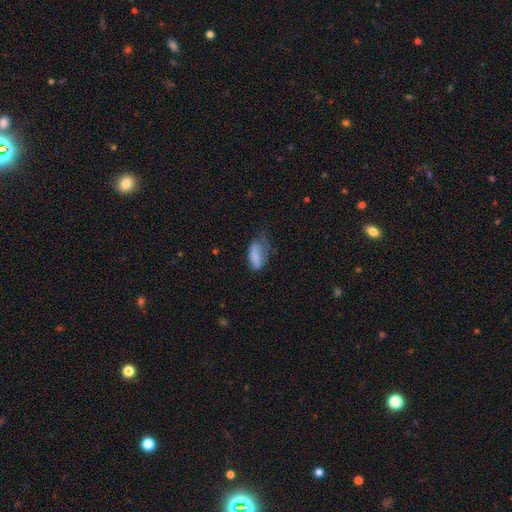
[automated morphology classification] This is likely a smooth galaxy (77%). How rounded: clearly in between (91%). Merging: marginally major disturbance (39%).